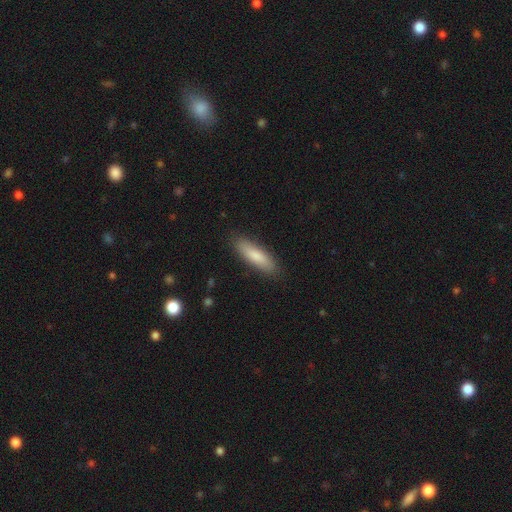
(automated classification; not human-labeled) Morphology: type=smooth (81%); roundness=cigar-shaped (61%); merging=none (87%).